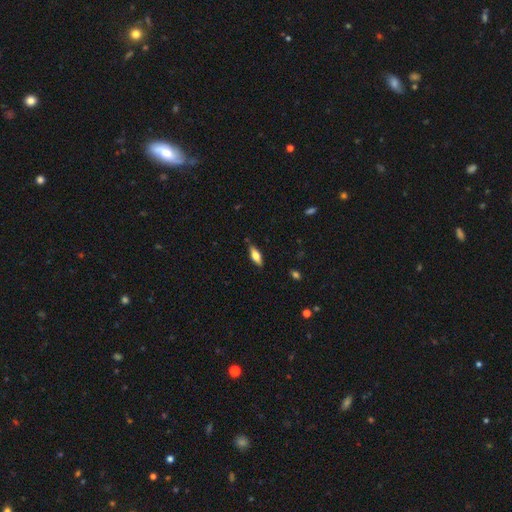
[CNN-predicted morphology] The model was most divided on "smooth or featured": smooth: 63%, featured or disk: 30%, star or artifact: 7%. More confident: merging — none (85%); how rounded — in between (66%).